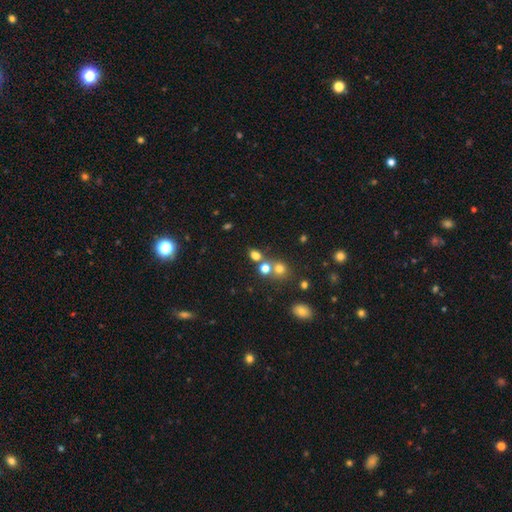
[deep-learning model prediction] A smooth galaxy with no disk features (69%) that is round (57%).

Vote fractions:
- Smooth or featured? smooth: 69% / star or artifact: 22% / featured or disk: 9%
- How rounded? round: 57% / in between: 42% / cigar-shaped: 2%
- Merging? none: 59% / merger: 27% / minor disturbance: 9% / major disturbance: 5%